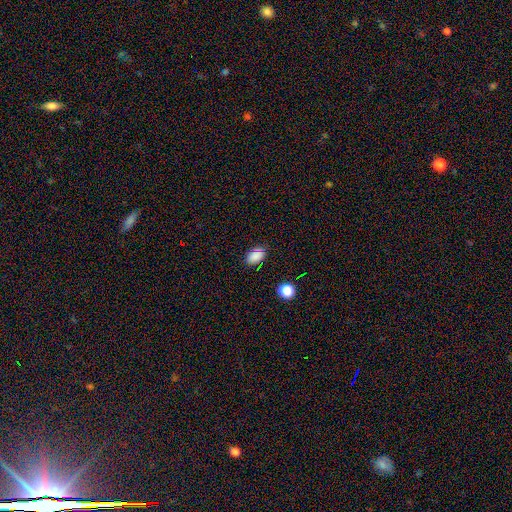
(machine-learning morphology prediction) smooth 82%, star or artifact 13%, featured or disk 5%. Down the decision tree: how rounded — in between (86%); merging — none (83%).